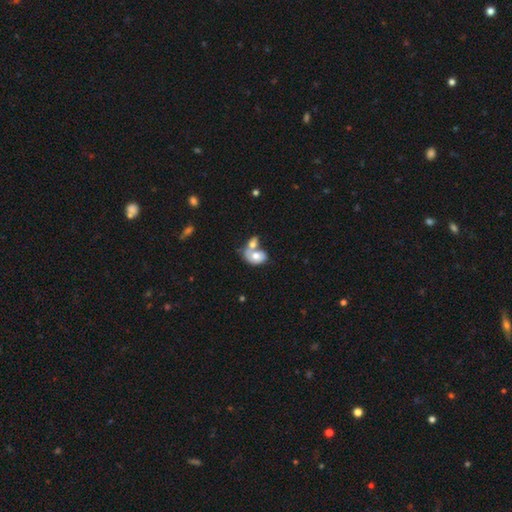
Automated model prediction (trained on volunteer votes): smooth 61%, featured or disk 32%, star or artifact 7%. Down the decision tree: how rounded — in between (80%); merging — merger (65%).